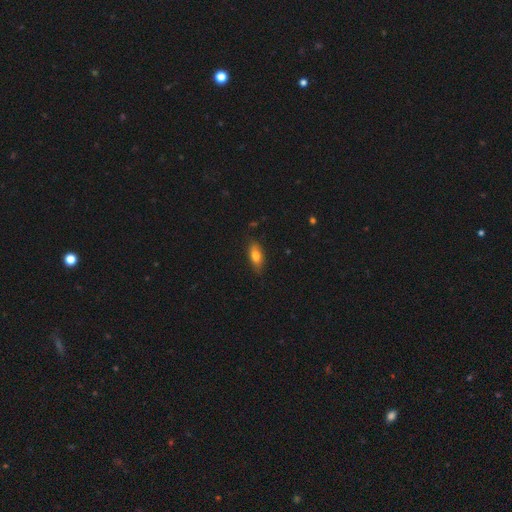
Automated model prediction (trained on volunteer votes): Smooth or featured? smooth (76%)
How rounded? in between (80%)
Merging? none (80%)